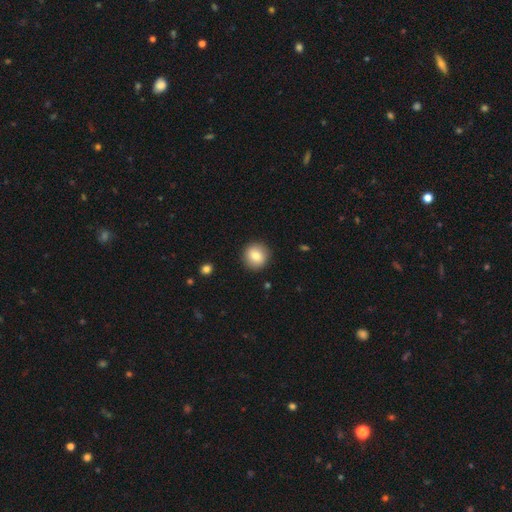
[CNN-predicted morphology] This appears to be a smooth galaxy with no disk features (81%) that is round (92%). Merging: none (90%).